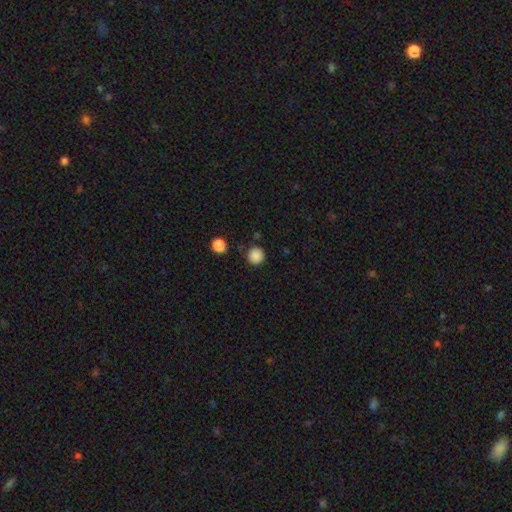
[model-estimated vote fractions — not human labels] smooth_or_featured: smooth (p=0.87) [alt: star or artifact p=0.11]
how_rounded: round (p=0.94) [alt: in between p=0.05]
merging: none (p=0.86) [alt: minor disturbance p=0.09]